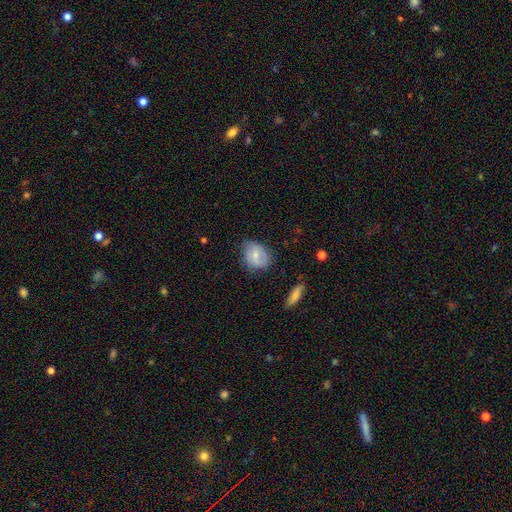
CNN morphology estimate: smooth-or-featured: smooth: 64% | featured or disk: 29% | star or artifact: 7%
  how-rounded: in between: 57% | round: 42% | cigar-shaped: 1%
  merging: none: 62% | minor disturbance: 29% | major disturbance: 7% | merger: 2%